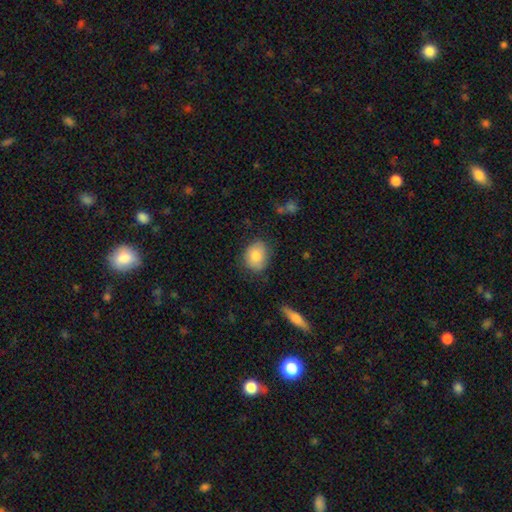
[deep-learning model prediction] Q: Smooth or featured?
A: smooth (83%); runner-up: featured or disk (10%)
Q: How rounded?
A: round (54%); runner-up: in between (45%)
Q: Merging?
A: none (77%); runner-up: minor disturbance (18%)